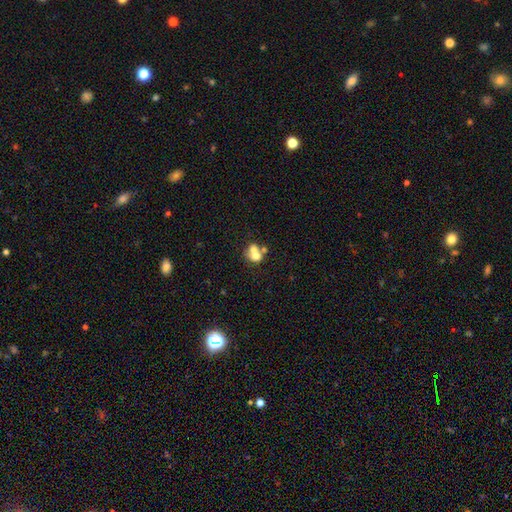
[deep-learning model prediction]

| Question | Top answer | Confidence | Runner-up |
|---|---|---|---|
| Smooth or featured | smooth | 61% | featured or disk (27%) |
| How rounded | round | 64% | in between (35%) |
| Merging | merger | 60% | none (28%) |